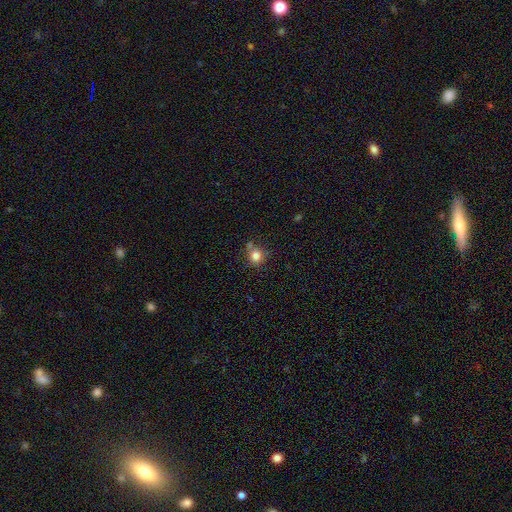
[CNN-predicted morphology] smooth 81%, star or artifact 12%, featured or disk 7%. Down the decision tree: how rounded — round (86%); merging — none (65%).